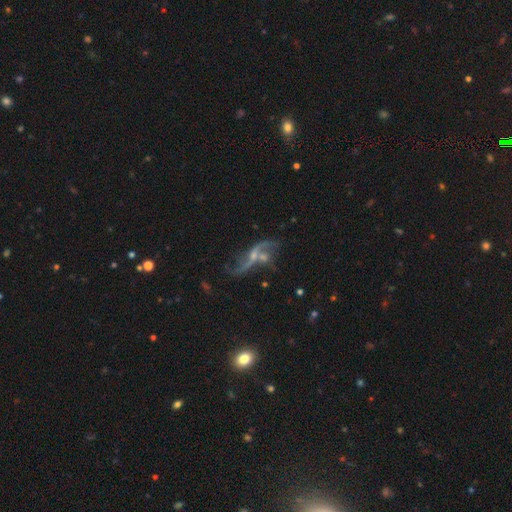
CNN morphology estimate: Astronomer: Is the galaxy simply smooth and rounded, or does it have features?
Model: featured or disk — 81%.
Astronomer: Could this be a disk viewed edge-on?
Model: no — 92%.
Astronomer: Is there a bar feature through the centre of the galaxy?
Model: no — 49% (runner-up: weak, 37%).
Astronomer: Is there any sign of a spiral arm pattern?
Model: yes — 87%.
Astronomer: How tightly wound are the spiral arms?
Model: loose — 90%.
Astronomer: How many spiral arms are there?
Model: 2 — 86%.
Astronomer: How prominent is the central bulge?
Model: small — 51% (runner-up: moderate, 26%).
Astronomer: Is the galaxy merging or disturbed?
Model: none — 42% (runner-up: merger, 25%).